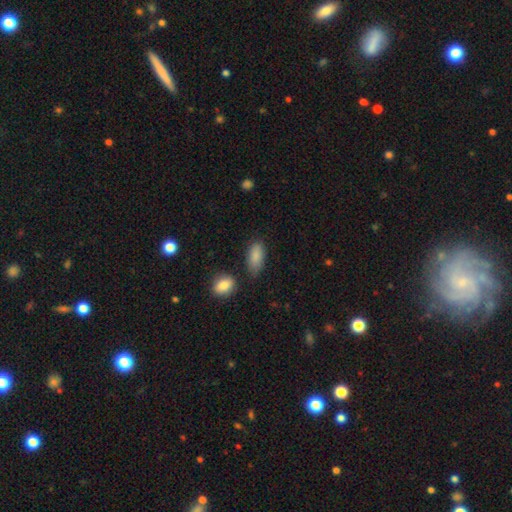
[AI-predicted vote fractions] This is clearly a smooth galaxy (88%). How rounded: clearly in between (90%). Merging: likely none (71%).